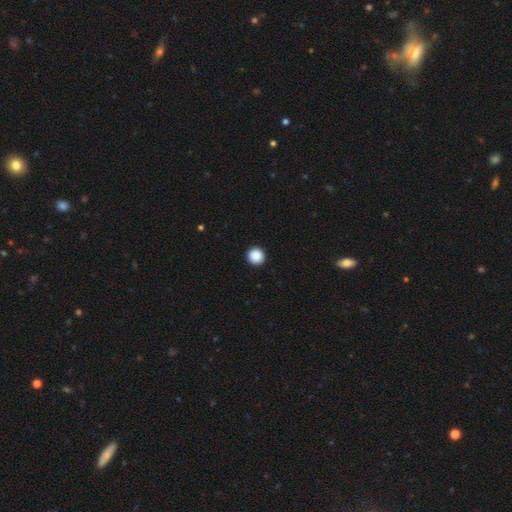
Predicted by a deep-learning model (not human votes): smooth_or_featured: smooth (p=0.89) [alt: star or artifact p=0.09]
how_rounded: round (p=0.96) [alt: in between p=0.03]
merging: none (p=0.94) [alt: minor disturbance p=0.03]